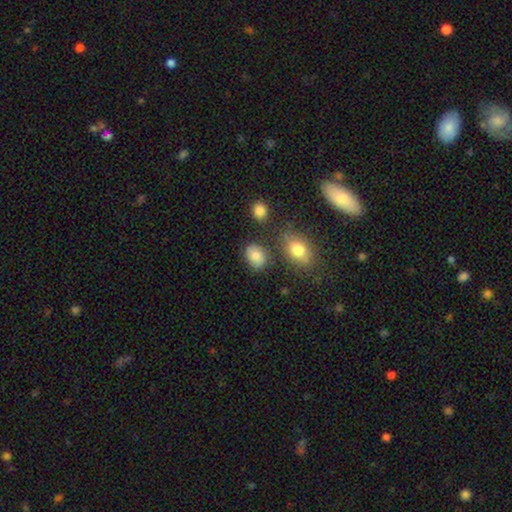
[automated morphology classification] The model was most divided on "how rounded": in between: 58%, round: 41%, cigar-shaped: 1%. More confident: smooth or featured — smooth (79%); merging — none (74%).